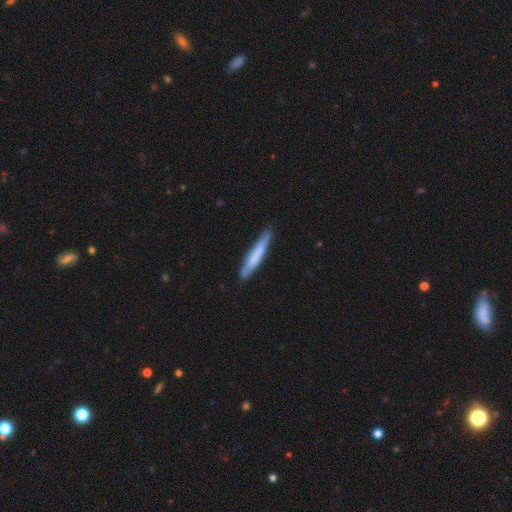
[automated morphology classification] The model was most divided on "smooth or featured": smooth: 66%, featured or disk: 29%, star or artifact: 5%. More confident: how rounded — cigar-shaped (95%); merging — none (82%).